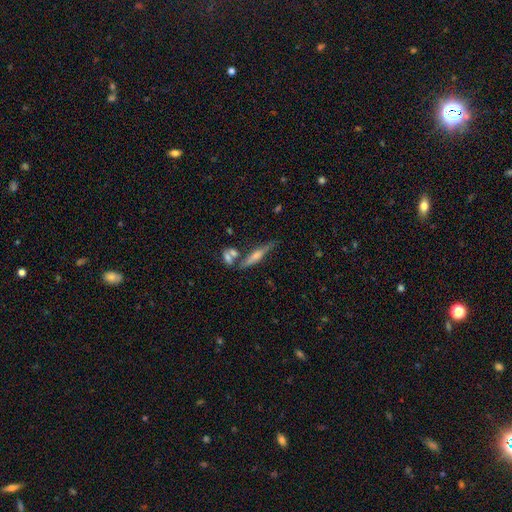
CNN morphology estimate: smooth-or-featured: featured or disk: 67% | smooth: 24% | star or artifact: 9%
  disk-edge-on: yes: 96% | no: 4%
    edge-on-bulge: rounded: 78% | boxy: 12% | none: 9%
  merging: none: 70% | merger: 14% | minor disturbance: 12% | major disturbance: 4%